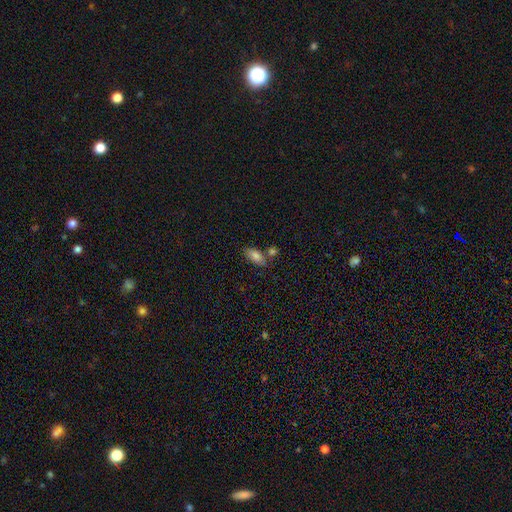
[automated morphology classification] Q: Smooth or featured?
A: smooth (79%); runner-up: featured or disk (11%)
Q: How rounded?
A: in between (89%); runner-up: cigar-shaped (7%)
Q: Merging?
A: none (64%); runner-up: merger (19%)